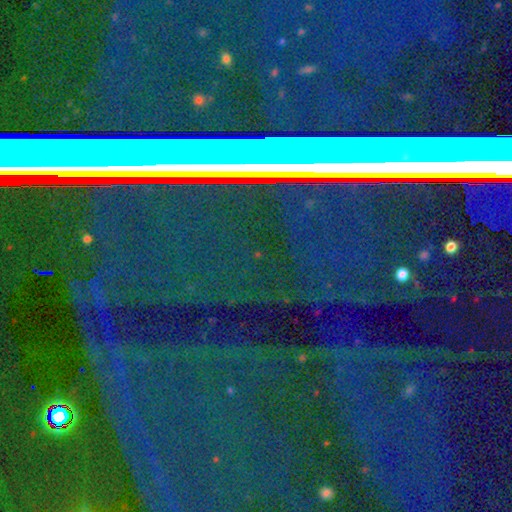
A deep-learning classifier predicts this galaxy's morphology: This appears to be a star or artifact, not a galaxy (75%).